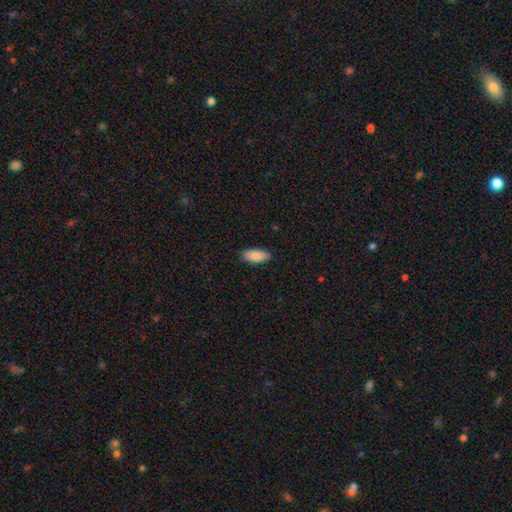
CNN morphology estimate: This appears to be a smooth galaxy with no disk features (89%) that is in between round and cigar-shaped (85%). Merging: none (89%).